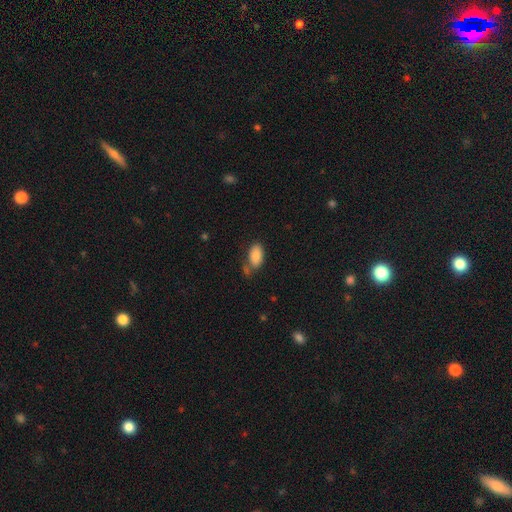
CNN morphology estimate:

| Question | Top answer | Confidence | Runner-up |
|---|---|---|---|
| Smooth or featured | smooth | 88% | star or artifact (7%) |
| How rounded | in between | 94% | round (3%) |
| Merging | none | 63% | minor disturbance (19%) |